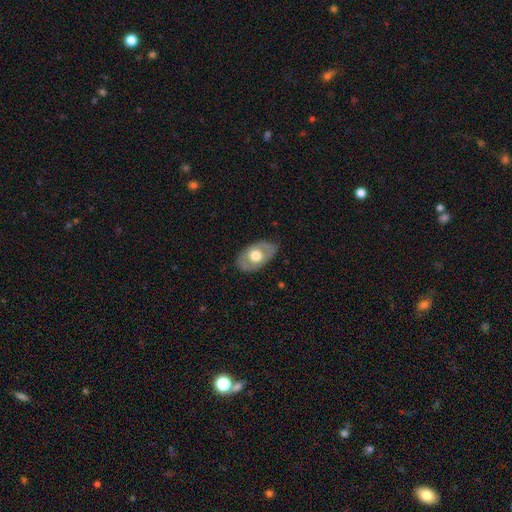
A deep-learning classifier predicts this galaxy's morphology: The model was most divided on "smooth or featured": smooth: 48%, featured or disk: 46%, star or artifact: 5%. More confident: merging — none (80%).